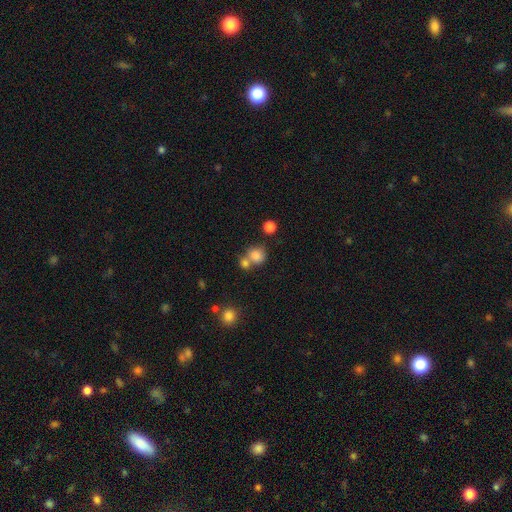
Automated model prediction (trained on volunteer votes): smooth 81%, star or artifact 12%, featured or disk 8%. Down the decision tree: how rounded — round (79%); merging — none (50%).